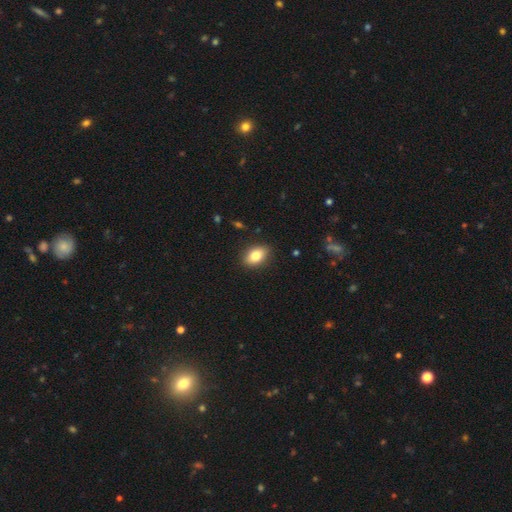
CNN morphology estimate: A smooth galaxy with no disk features (82%) that is in between round and cigar-shaped (85%).

Vote fractions:
- Smooth or featured? smooth: 82% / featured or disk: 10% / star or artifact: 8%
- How rounded? in between: 85% / round: 13% / cigar-shaped: 2%
- Merging? none: 88% / minor disturbance: 9% / major disturbance: 2% / merger: 1%